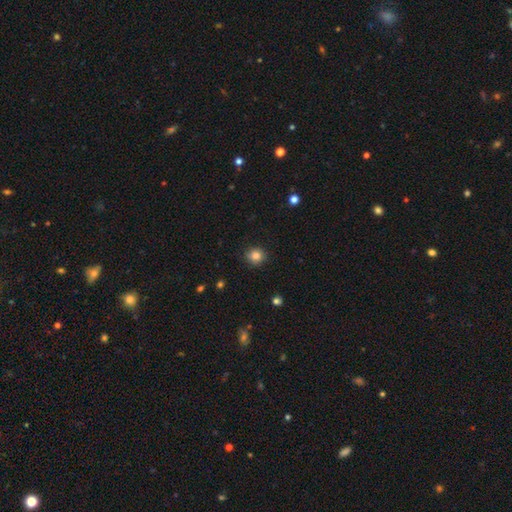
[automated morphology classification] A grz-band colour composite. It shows a smooth galaxy with no disk features (83%) that is round (88%). Merging: none (89%).